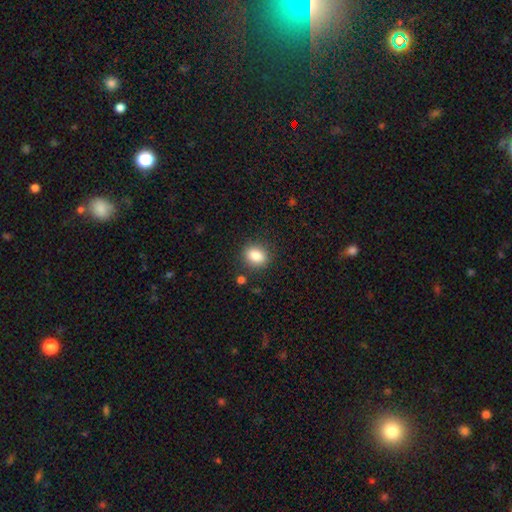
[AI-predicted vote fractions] Smooth or featured?
  - smooth: 86% *
  - star or artifact: 9%
  - featured or disk: 5%
How rounded?
  - in between: 60% *
  - round: 39%
  - cigar-shaped: 1%
Merging?
  - none: 85% *
  - minor disturbance: 10%
  - major disturbance: 3%
  - merger: 2%